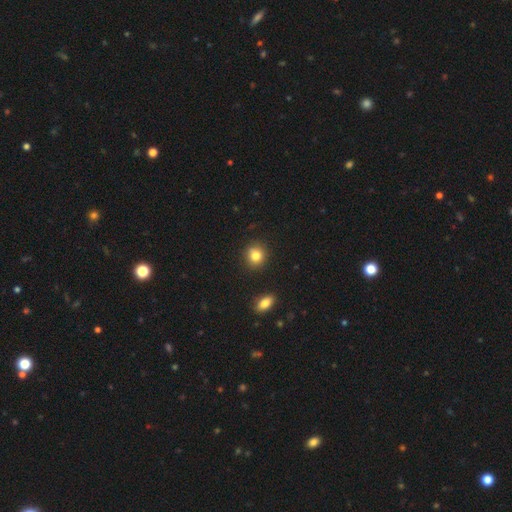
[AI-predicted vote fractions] Q: Smooth or featured?
A: smooth (83%); runner-up: star or artifact (10%)
Q: How rounded?
A: round (83%); runner-up: in between (16%)
Q: Merging?
A: none (88%); runner-up: minor disturbance (8%)